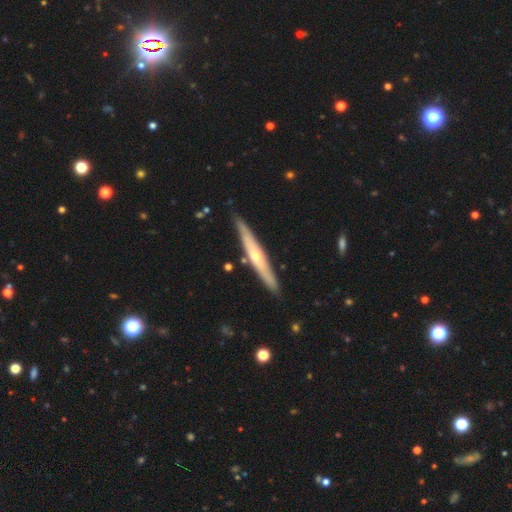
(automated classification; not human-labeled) Smooth or featured? featured or disk (63%)
Edge-on disk? yes (93%)
Edge-on bulge? rounded (70%)
Merging? none (86%)